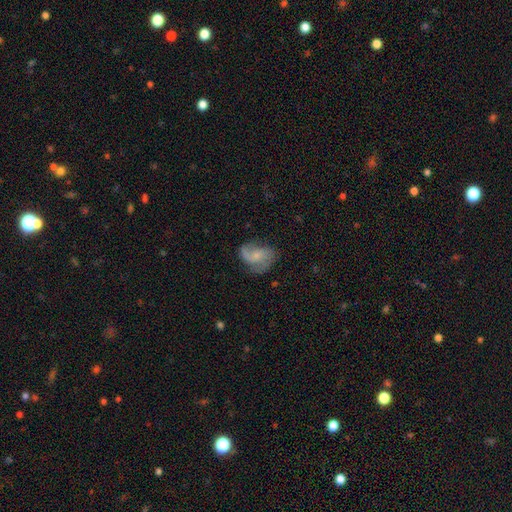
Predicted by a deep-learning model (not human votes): A featured or disk galaxy (65%) with no bar (65%), 2 (70%) loose (48%) spiral arms (90%) and a small central bulge (60%). Merging: none (56%).